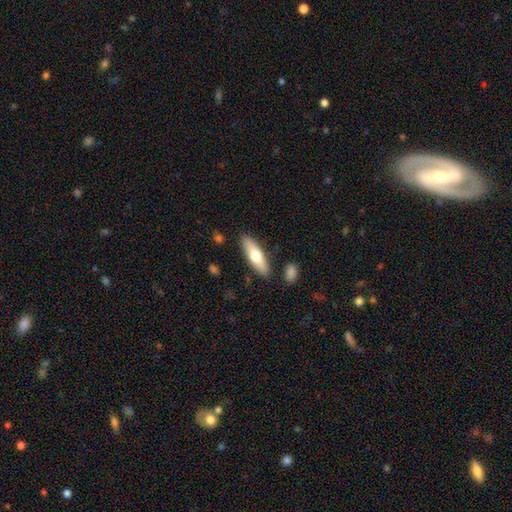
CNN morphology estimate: smooth_or_featured: smooth (p=0.66) [alt: featured or disk p=0.29]
how_rounded: cigar-shaped (p=0.52) [alt: in between p=0.46]
merging: none (p=0.86) [alt: minor disturbance p=0.09]